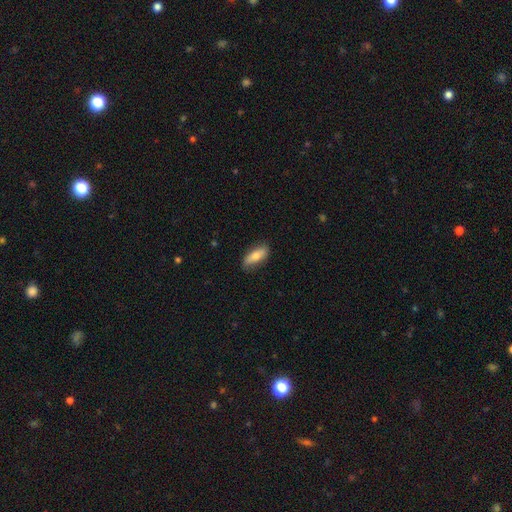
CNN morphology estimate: type=smooth (73%); roundness=in between (71%); merging=none (79%).